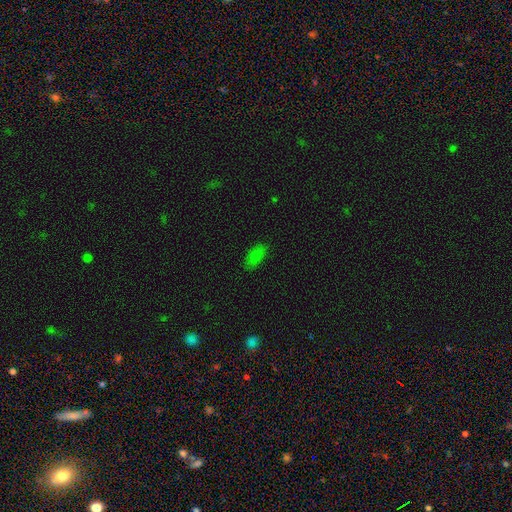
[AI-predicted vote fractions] A smooth galaxy with no disk features (81%) that is in between round and cigar-shaped (89%).

Vote fractions:
- Smooth or featured? smooth: 81% / star or artifact: 12% / featured or disk: 7%
- How rounded? in between: 89% / cigar-shaped: 8% / round: 4%
- Merging? none: 82% / minor disturbance: 14% / major disturbance: 3% / merger: 1%